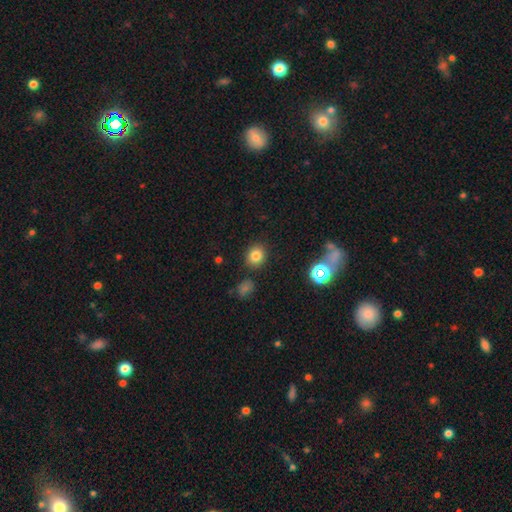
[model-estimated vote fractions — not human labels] smooth_or_featured: smooth (p=0.81) [alt: star or artifact p=0.13]
how_rounded: round (p=0.74) [alt: in between p=0.25]
merging: none (p=0.86) [alt: minor disturbance p=0.08]